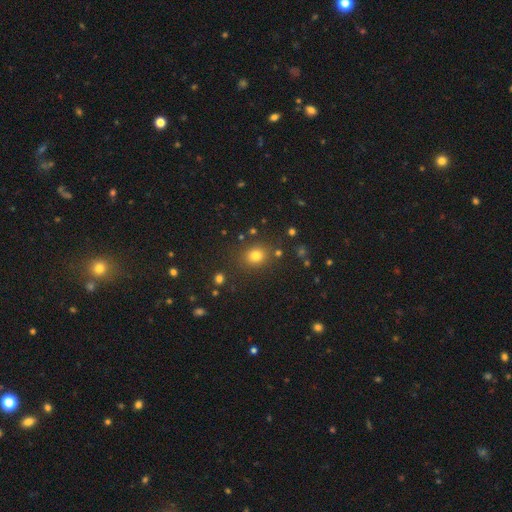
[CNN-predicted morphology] smooth-or-featured: smooth: 77% | star or artifact: 16% | featured or disk: 7%
  how-rounded: round: 73% | in between: 26% | cigar-shaped: 1%
  merging: none: 83% | minor disturbance: 9% | merger: 4% | major disturbance: 4%